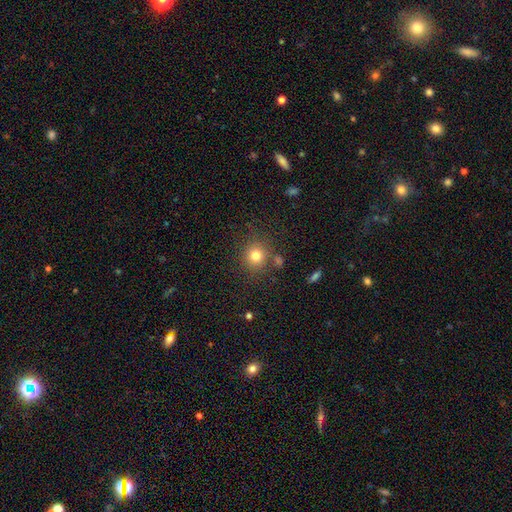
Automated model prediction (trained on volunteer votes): Smooth or featured? smooth (79%)
How rounded? round (88%)
Merging? none (79%)